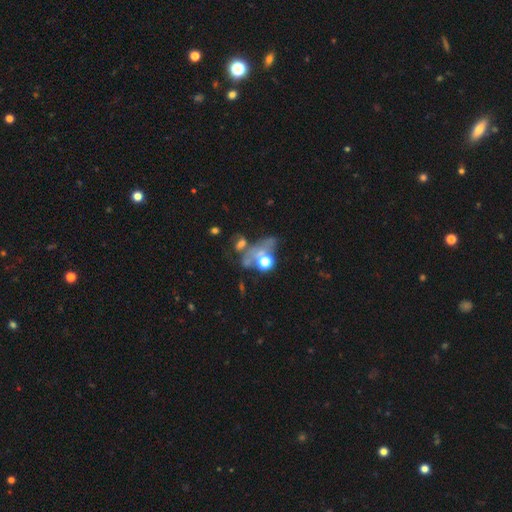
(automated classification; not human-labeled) Smooth or featured? star or artifact (38%)